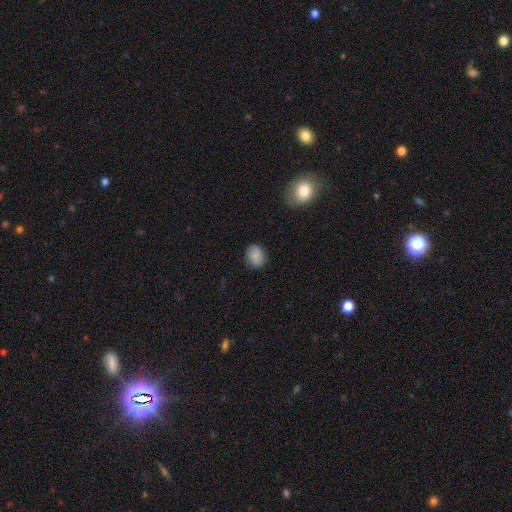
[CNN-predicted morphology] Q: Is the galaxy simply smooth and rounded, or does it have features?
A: smooth — 83%.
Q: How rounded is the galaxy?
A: in between — 52%.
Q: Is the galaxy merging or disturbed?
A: none — 83%.